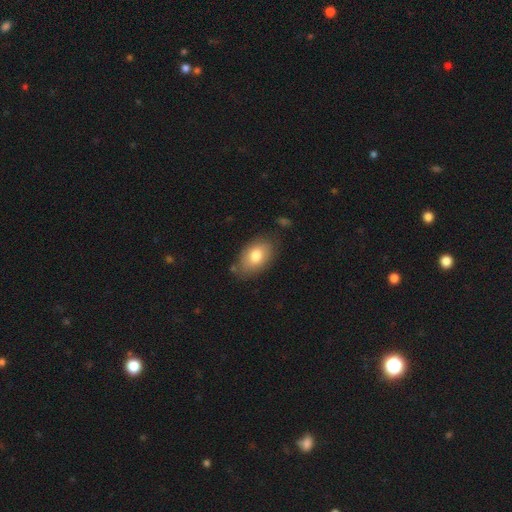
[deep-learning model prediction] A smooth galaxy with no disk features (78%) that is in between round and cigar-shaped (90%).

Vote fractions:
- Smooth or featured? smooth: 78% / featured or disk: 15% / star or artifact: 7%
- How rounded? in between: 90% / round: 8% / cigar-shaped: 1%
- Merging? none: 76% / minor disturbance: 17% / major disturbance: 4% / merger: 3%